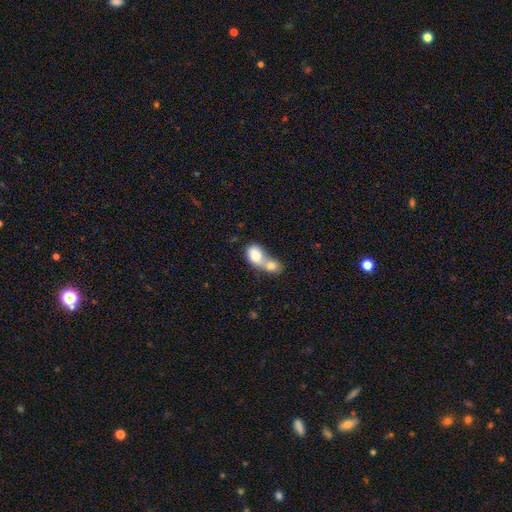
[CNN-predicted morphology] Smooth or featured? Predicted: smooth (p=0.77). How rounded? Predicted: in between (p=0.70). Merging? Predicted: merger (p=0.80).